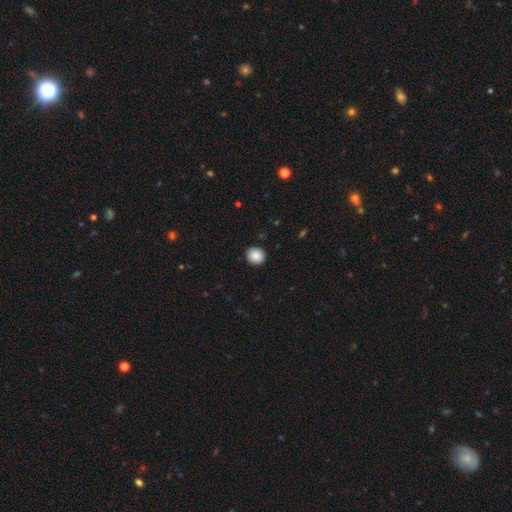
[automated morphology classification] Smooth or featured: smooth — 88% (star or artifact — 8%)
How rounded: round — 88% (in between — 11%)
Merging: none — 90% (minor disturbance — 7%)